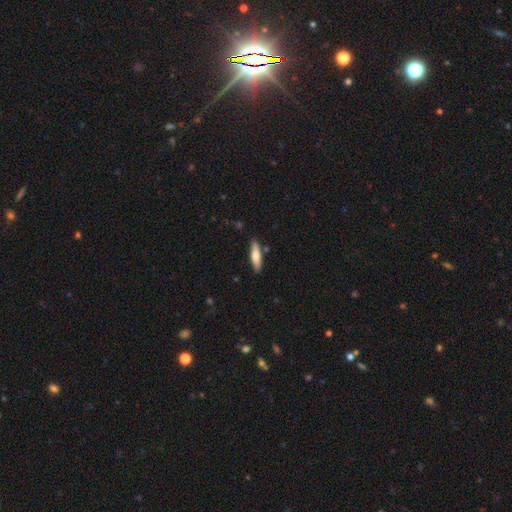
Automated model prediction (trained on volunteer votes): Morphology: type=smooth (67%); roundness=cigar-shaped (71%); merging=none (85%).